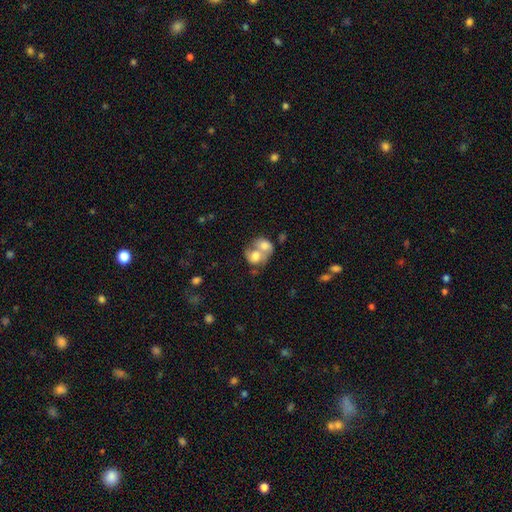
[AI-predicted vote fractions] Overall: smooth (66%; featured or disk 27%). How rounded: round (52%; in between 47%). Merging: merger (78%).